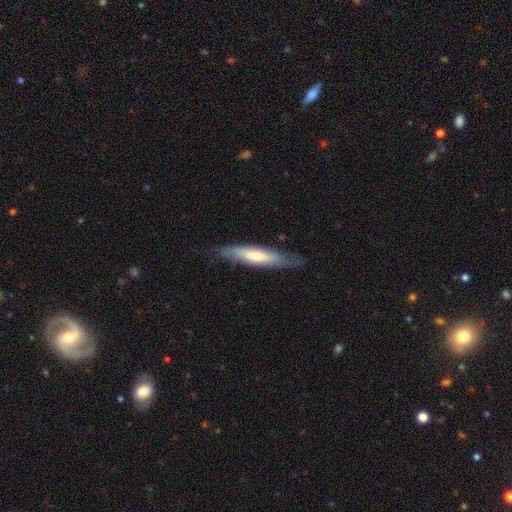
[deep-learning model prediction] This is possibly a smooth galaxy (58%). How rounded: likely cigar-shaped (78%). Merging: likely none (73%).